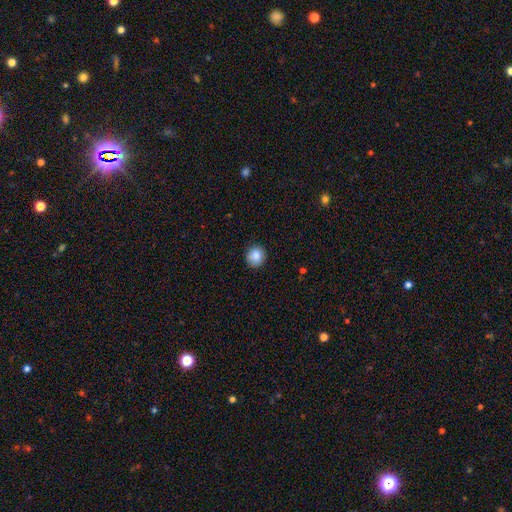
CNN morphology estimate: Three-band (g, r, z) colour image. It shows a smooth galaxy with no disk features (87%) that is round (89%). Merging: none (90%).